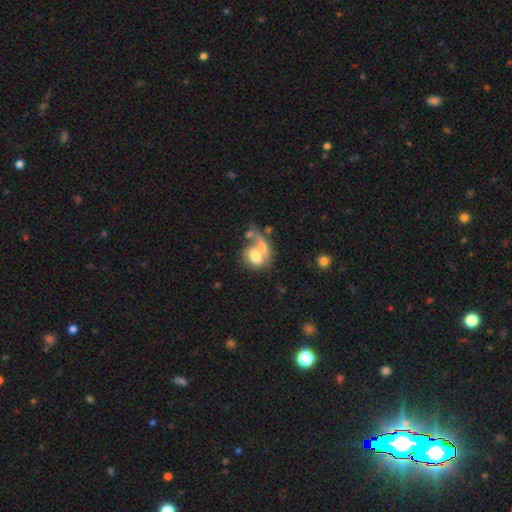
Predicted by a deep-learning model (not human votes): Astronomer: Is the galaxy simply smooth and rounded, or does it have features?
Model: smooth — 64%.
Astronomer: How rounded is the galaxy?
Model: in between — 70%.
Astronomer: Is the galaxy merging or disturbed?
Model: merger — 62%.